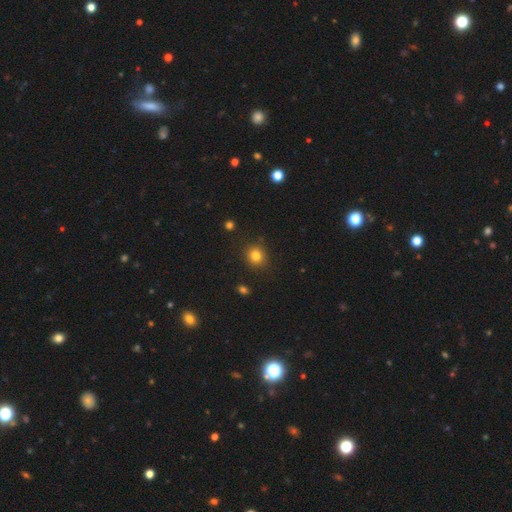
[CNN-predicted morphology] Overall: smooth (82%). How rounded: round (83%). Merging: none (88%).